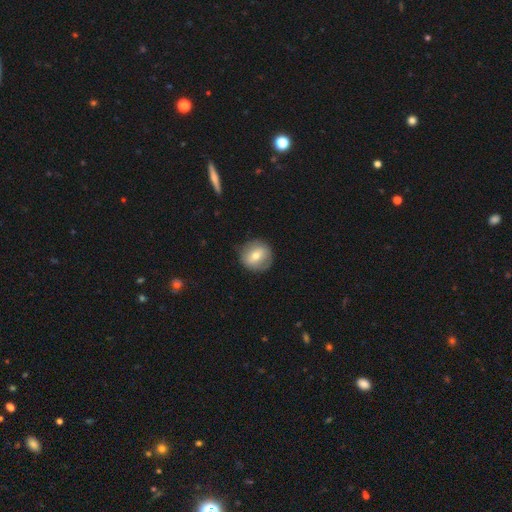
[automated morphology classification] The model was most divided on "smooth or featured": smooth: 60%, featured or disk: 32%, star or artifact: 8%. More confident: how rounded — round (88%); merging — none (82%).